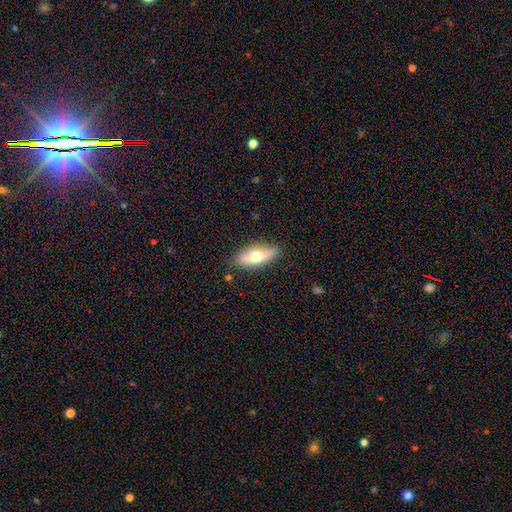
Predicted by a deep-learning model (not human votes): Smooth or featured?
  - smooth: 62% *
  - featured or disk: 31%
  - star or artifact: 6%
How rounded?
  - in between: 76% *
  - cigar-shaped: 21%
  - round: 3%
Merging?
  - none: 84% *
  - minor disturbance: 13%
  - major disturbance: 3%
  - merger: 1%